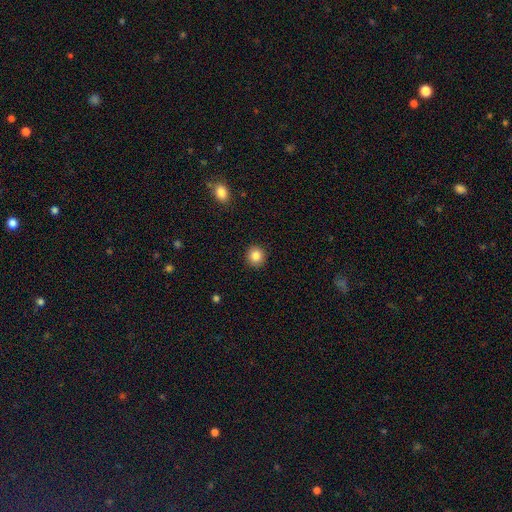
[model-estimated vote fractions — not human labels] Smooth or featured? smooth (85%)
How rounded? round (91%)
Merging? none (92%)